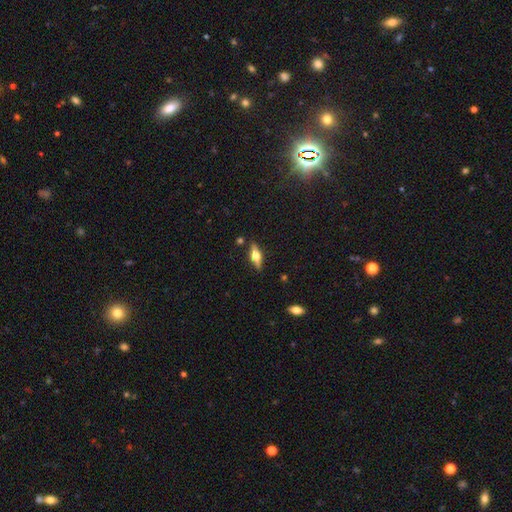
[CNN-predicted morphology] Smooth or featured? Predicted: featured or disk (p=0.64). Edge-on disk? Predicted: yes (p=0.96). Edge-on bulge? Predicted: rounded (p=0.94). Merging? Predicted: none (p=0.86).